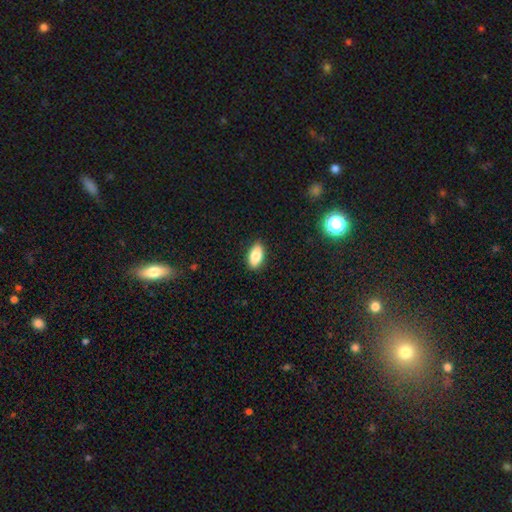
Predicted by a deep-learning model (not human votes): A smooth galaxy with no disk features (84%) that is in between round and cigar-shaped (92%). Merging: none (89%).